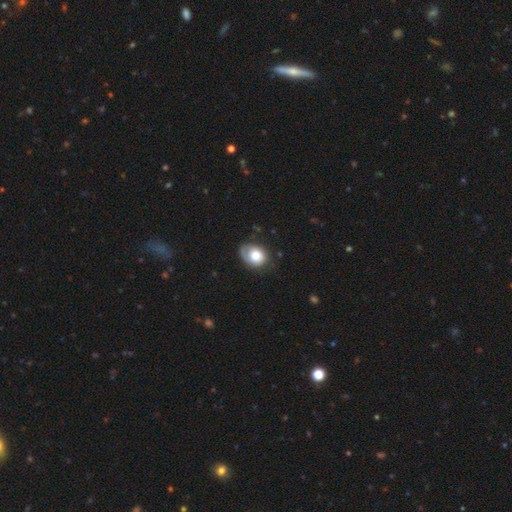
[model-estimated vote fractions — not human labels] This is likely a smooth galaxy (66%). How rounded: possibly in between (56%). Merging: possibly none (56%).